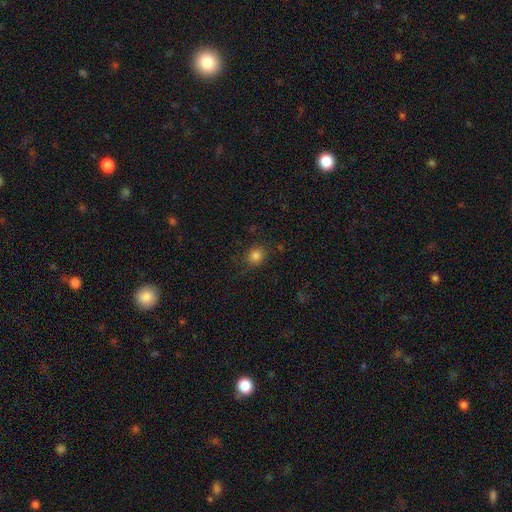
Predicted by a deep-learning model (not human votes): A smooth galaxy with no disk features (82%) that is round (80%). Merging: none (84%).